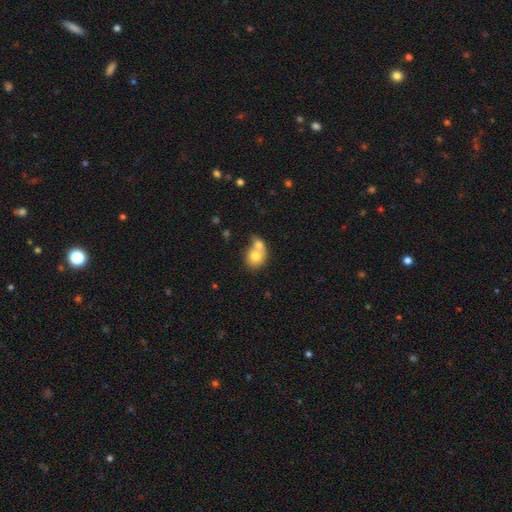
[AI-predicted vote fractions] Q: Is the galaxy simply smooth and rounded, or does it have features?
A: smooth — 74%.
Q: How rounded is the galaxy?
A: round — 64%.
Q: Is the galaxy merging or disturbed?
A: merger — 67%.